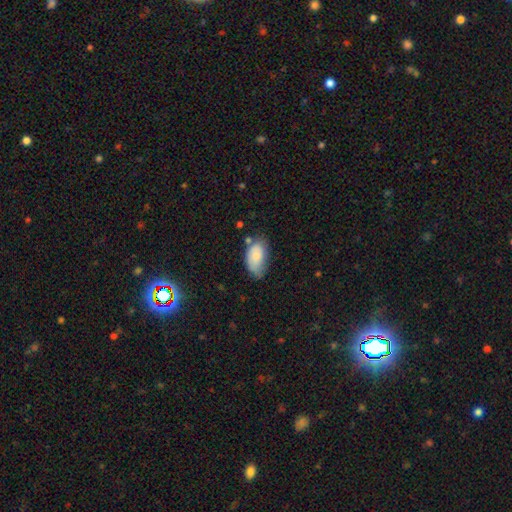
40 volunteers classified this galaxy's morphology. A smooth galaxy with no disk features (75%) that is in between round and cigar-shaped (100%). Merging: none (57%).